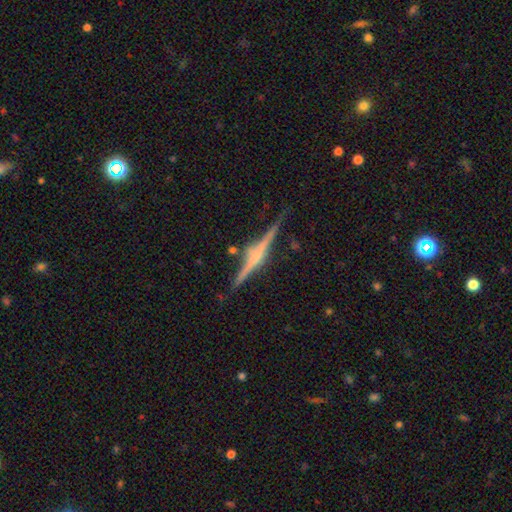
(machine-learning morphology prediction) type=featured or disk (82%); edge-on=yes (98%); edge-on bulge=rounded (73%); merging=none (84%).